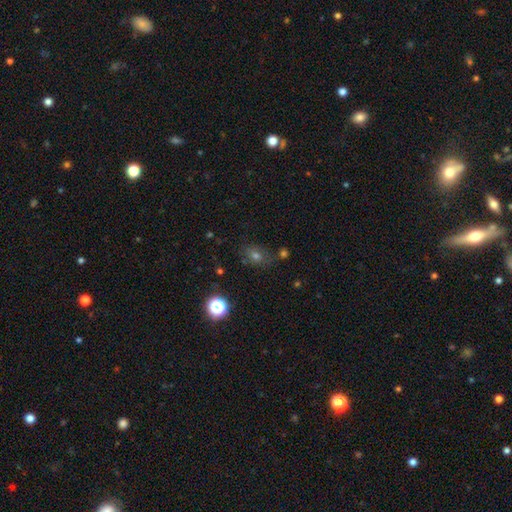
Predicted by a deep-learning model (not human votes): A smooth galaxy with no disk features (56%) that is in between round and cigar-shaped (54%). Merging: none (74%).